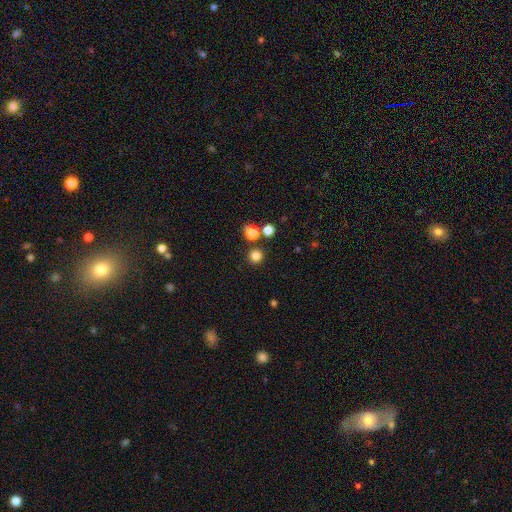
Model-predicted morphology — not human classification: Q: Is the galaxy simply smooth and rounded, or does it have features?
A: smooth — 80%.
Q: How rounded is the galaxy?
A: round — 93%.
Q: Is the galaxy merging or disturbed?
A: none — 83%.